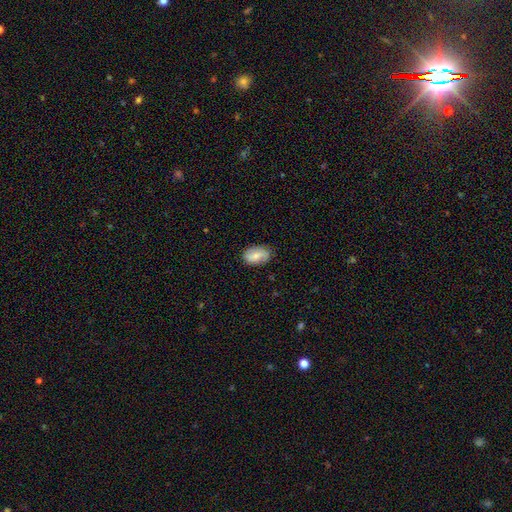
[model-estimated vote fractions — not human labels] The model was most divided on "smooth or featured": smooth: 65%, featured or disk: 28%, star or artifact: 7%. More confident: how rounded — in between (90%); merging — none (80%).